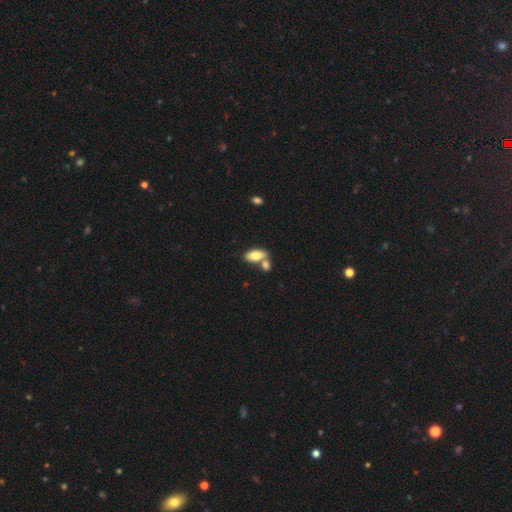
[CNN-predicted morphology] Smooth or featured: smooth — 78% (featured or disk — 15%)
How rounded: in between — 91% (cigar-shaped — 6%)
Merging: none — 47% (merger — 38%)